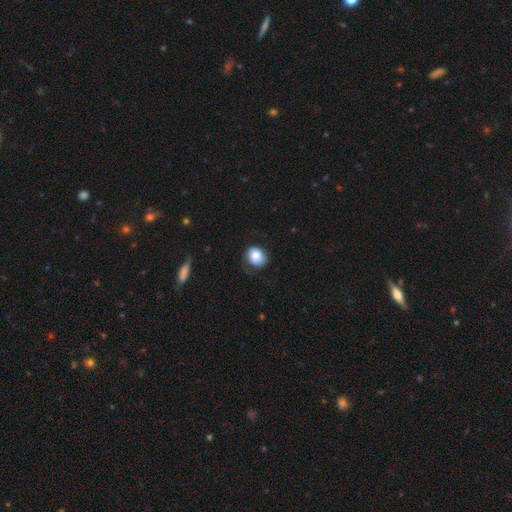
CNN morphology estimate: The model was most divided on "how rounded": round: 65%, in between: 34%, cigar-shaped: 1%. More confident: smooth or featured — smooth (80%); merging — none (58%).